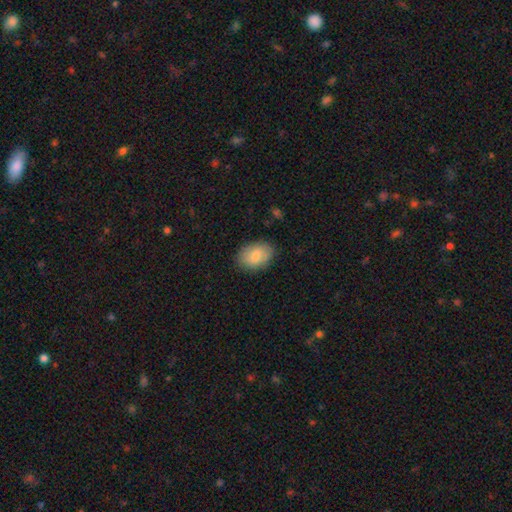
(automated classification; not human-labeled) smooth 79%, featured or disk 14%, star or artifact 6%. Down the decision tree: how rounded — in between (86%); merging — none (85%).